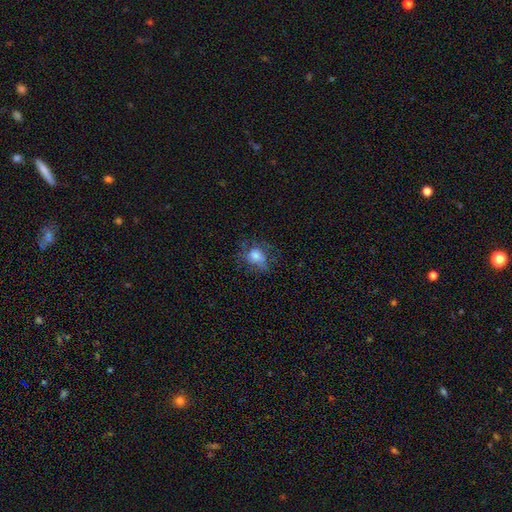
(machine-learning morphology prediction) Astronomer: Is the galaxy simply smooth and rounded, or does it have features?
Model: smooth — 56%.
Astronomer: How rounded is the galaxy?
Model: in between — 53% (runner-up: round, 45%).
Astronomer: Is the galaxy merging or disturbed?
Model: none — 54%.